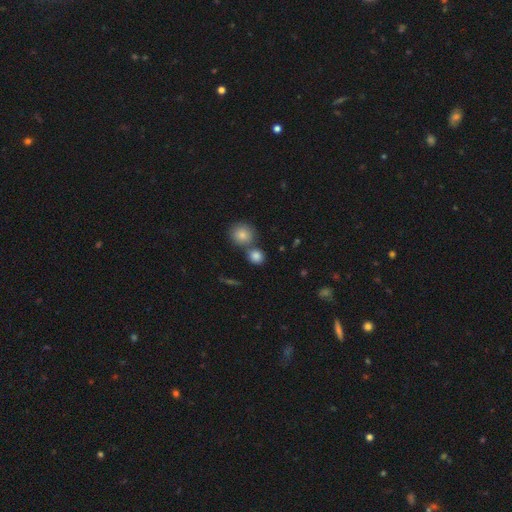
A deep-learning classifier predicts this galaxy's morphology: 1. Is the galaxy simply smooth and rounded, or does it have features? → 84% smooth, 9% star or artifact, 7% featured or disk.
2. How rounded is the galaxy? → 83% round, 16% in between, 1% cigar-shaped.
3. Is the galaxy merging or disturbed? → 57% none, 33% merger, 8% minor disturbance, 3% major disturbance.